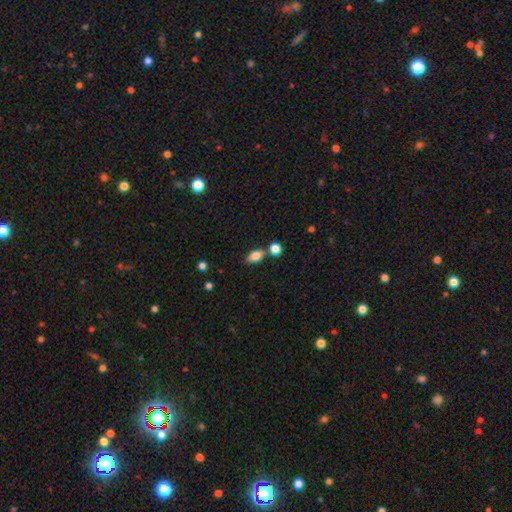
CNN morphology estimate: smooth_or_featured: smooth (p=0.79) [alt: featured or disk p=0.12]
how_rounded: in between (p=0.83) [alt: round p=0.11]
merging: none (p=0.67) [alt: merger p=0.16]